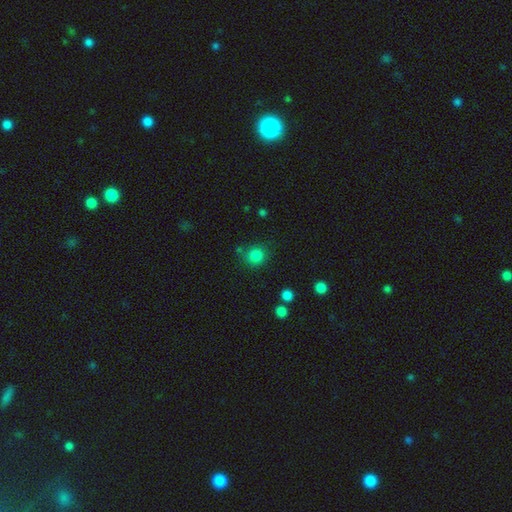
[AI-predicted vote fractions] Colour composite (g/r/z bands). It shows a smooth galaxy with no disk features (84%) that is round (90%). Merging: none (78%).